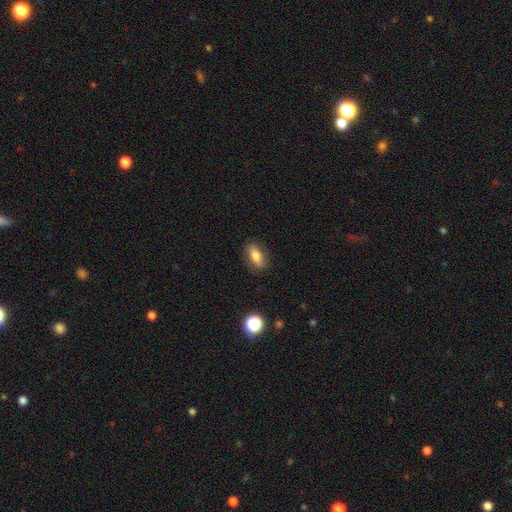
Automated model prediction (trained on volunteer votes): The model was most divided on "smooth or featured": smooth: 74%, featured or disk: 18%, star or artifact: 9%. More confident: merging — none (84%); how rounded — in between (75%).